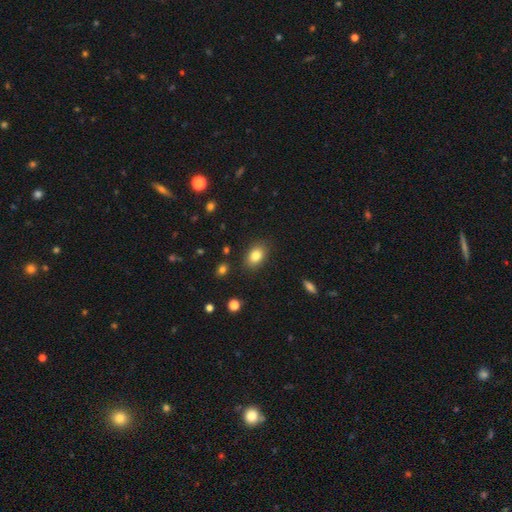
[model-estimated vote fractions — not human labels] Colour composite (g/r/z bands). It shows a smooth galaxy with no disk features (83%) that is in between round and cigar-shaped (80%). Merging: none (85%).